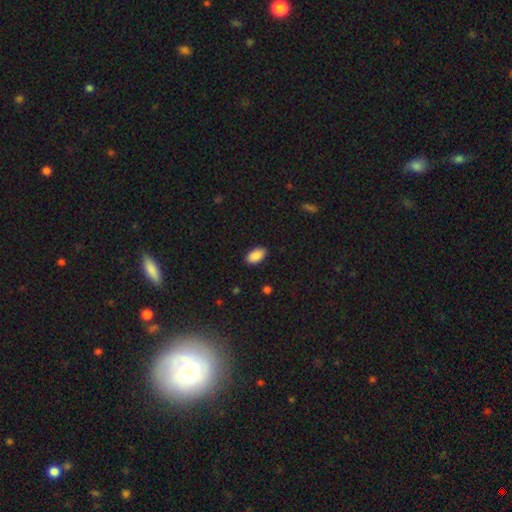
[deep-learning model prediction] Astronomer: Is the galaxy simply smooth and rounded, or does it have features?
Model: smooth — 90%.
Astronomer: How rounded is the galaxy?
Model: in between — 95%.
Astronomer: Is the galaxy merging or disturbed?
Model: none — 89%.